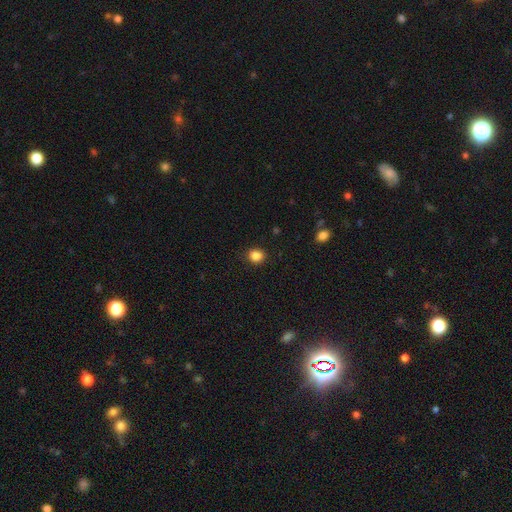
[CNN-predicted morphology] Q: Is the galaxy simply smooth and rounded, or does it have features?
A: smooth — 86%.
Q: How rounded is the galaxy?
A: round — 77%.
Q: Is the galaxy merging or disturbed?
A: none — 87%.